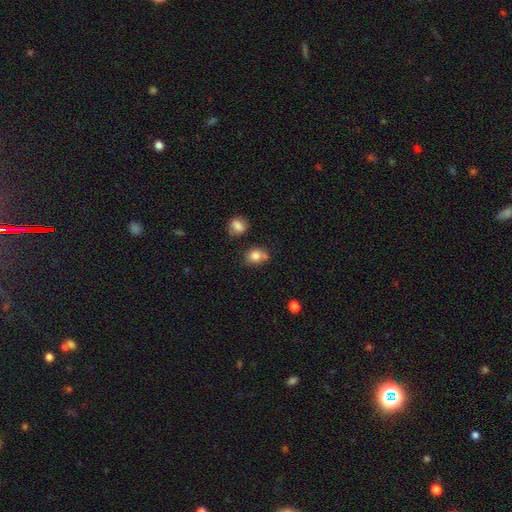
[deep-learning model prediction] Morphology: type=smooth (81%); roundness=round (61%); merging=none (56%).